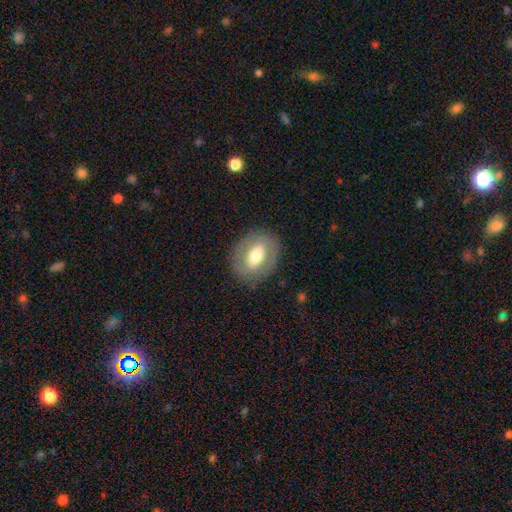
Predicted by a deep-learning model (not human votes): Overall: featured or disk (50%; smooth 43%). Merging: none (81%).